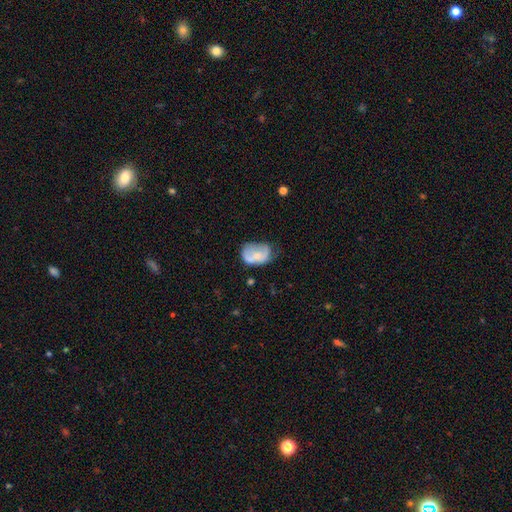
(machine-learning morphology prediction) Smooth or featured? Predicted: smooth (p=0.58). How rounded? Predicted: in between (p=0.78). Merging? Predicted: minor disturbance (p=0.37).